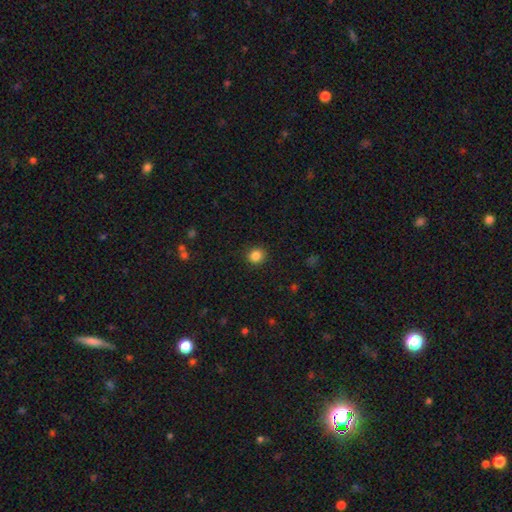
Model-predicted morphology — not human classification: Overall: smooth (85%). How rounded: round (90%). Merging: none (90%).